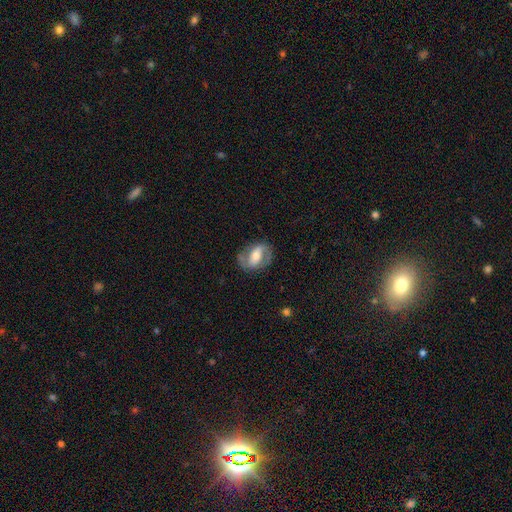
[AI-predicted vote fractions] Smooth or featured: featured or disk — 72% (smooth — 22%)
Edge-on disk: no — 96% (yes — 4%)
Bar: strong — 42% (weak — 34%)
Spiral arms: yes — 84% (no — 16%)
Spiral winding: medium — 49% (tight — 28%)
Spiral arm count: 2 — 88% (can't tell — 6%)
Bulge size: moderate — 58% (small — 25%)
Merging: none — 77% (minor disturbance — 15%)